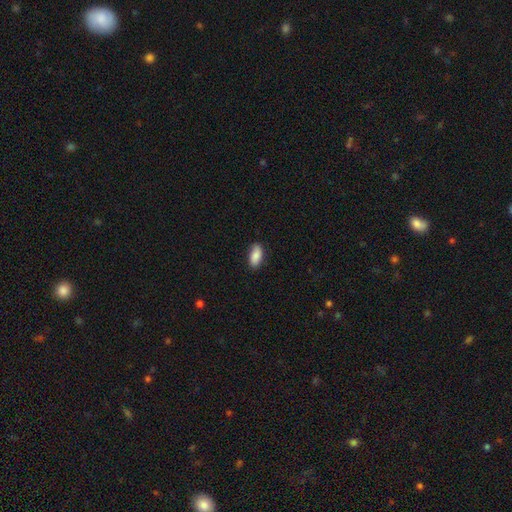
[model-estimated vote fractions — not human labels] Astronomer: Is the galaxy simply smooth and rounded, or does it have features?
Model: smooth — 87%.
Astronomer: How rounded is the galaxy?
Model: in between — 92%.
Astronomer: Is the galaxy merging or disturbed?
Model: none — 84%.